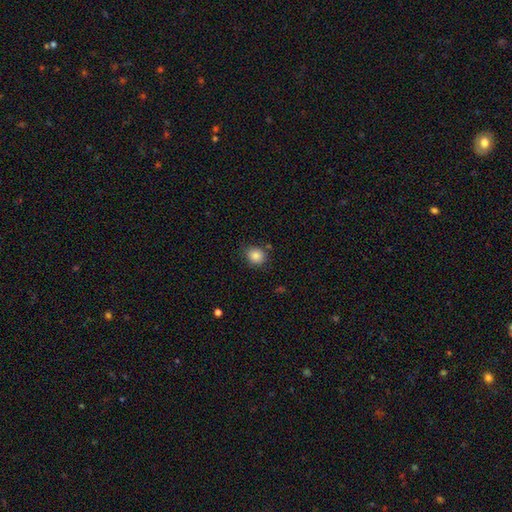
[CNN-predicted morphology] Overall: smooth (84%). How rounded: round (78%). Merging: none (78%).